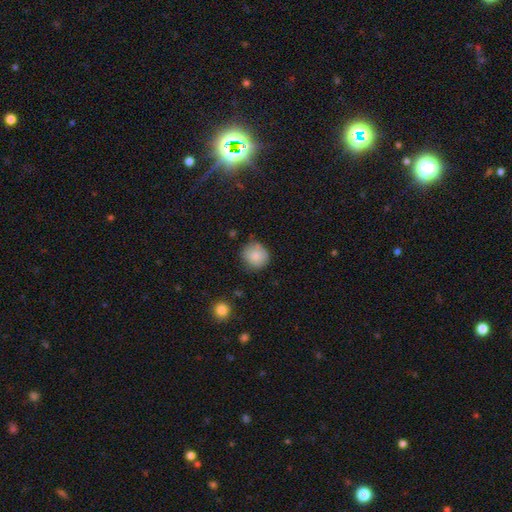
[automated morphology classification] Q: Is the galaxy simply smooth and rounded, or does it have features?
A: smooth — 83%.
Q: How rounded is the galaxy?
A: round — 89%.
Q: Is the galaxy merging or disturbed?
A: none — 74%.